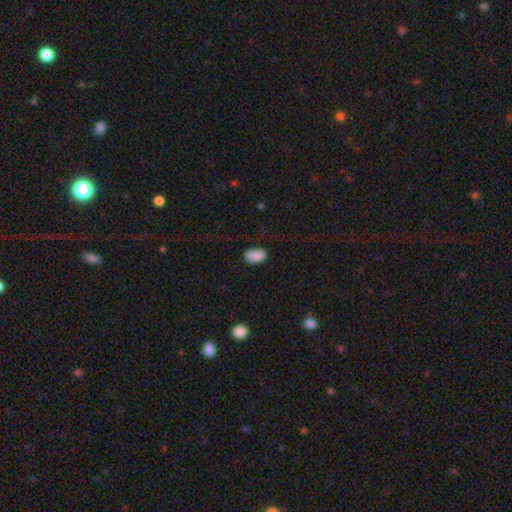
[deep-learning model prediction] smooth_or_featured: smooth (p=0.86) [alt: star or artifact p=0.08]
how_rounded: in between (p=0.91) [alt: round p=0.08]
merging: none (p=0.69) [alt: minor disturbance p=0.24]